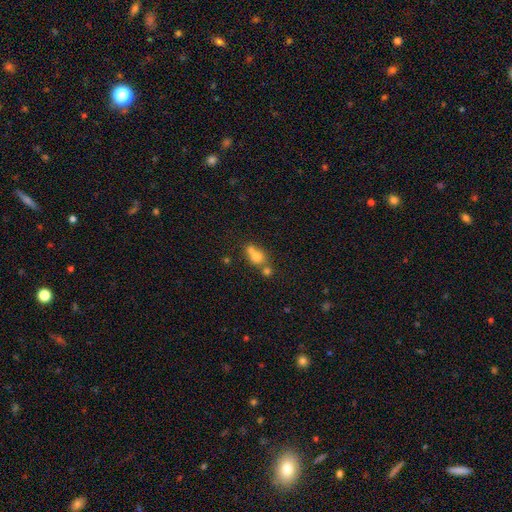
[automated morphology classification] Smooth or featured? Predicted: smooth (p=0.68). How rounded? Predicted: round (p=0.64). Merging? Predicted: merger (p=0.55).